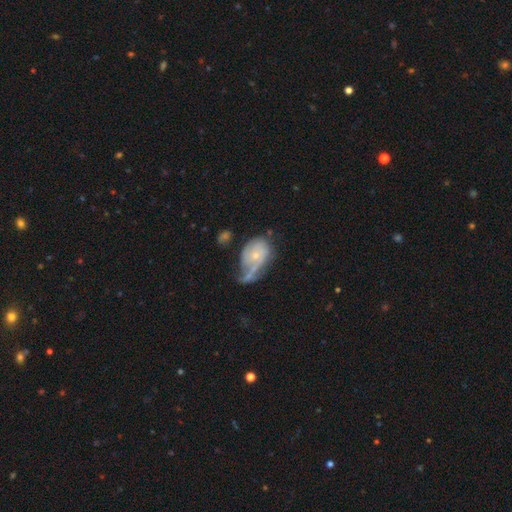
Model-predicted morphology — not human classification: type=featured or disk (60%); edge-on=no (96%); bar=no (79%); spiral arms=yes (67%); bulge=small (70%); merging=major disturbance (33%).